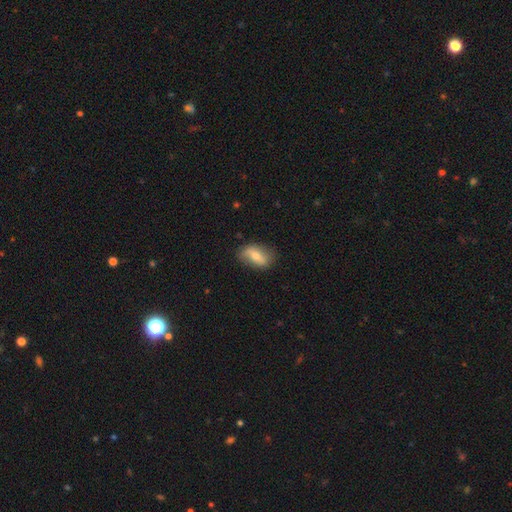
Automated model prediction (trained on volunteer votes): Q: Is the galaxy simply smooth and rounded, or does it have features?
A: smooth — 52%.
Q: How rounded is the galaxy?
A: in between — 85%.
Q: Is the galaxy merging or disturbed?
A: none — 79%.